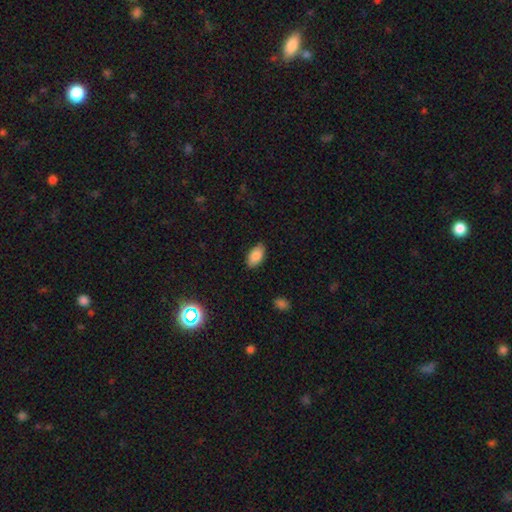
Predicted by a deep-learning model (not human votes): This appears to be a smooth galaxy with no disk features (85%) that is in between round and cigar-shaped (94%). Merging: none (85%).